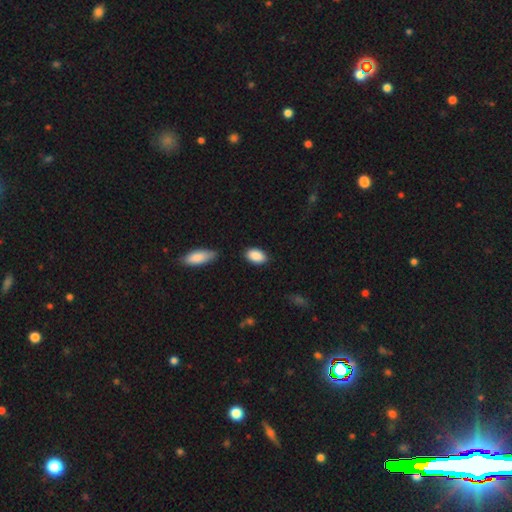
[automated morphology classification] smooth-or-featured: smooth: 89% | star or artifact: 6% | featured or disk: 4%
  how-rounded: in between: 91% | round: 7% | cigar-shaped: 2%
  merging: none: 82% | minor disturbance: 13% | merger: 3% | major disturbance: 3%